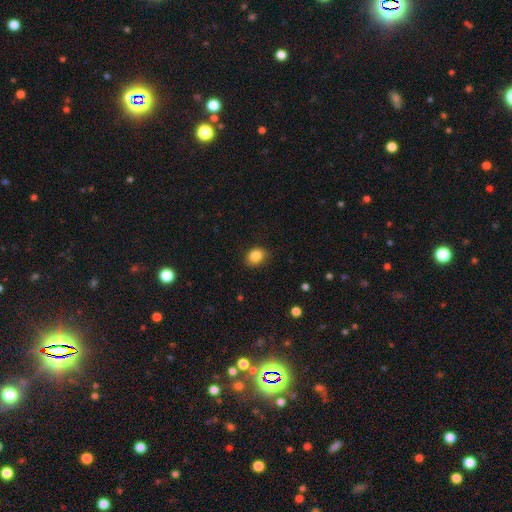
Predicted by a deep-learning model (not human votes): Overall: smooth (85%). How rounded: round (57%; in between 43%). Merging: none (82%).